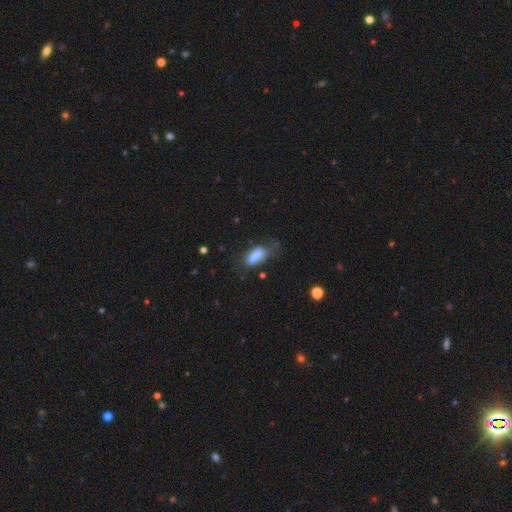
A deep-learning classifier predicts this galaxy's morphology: Overall: smooth (81%). How rounded: in between (81%). Merging: none (43%; minor disturbance 33%).